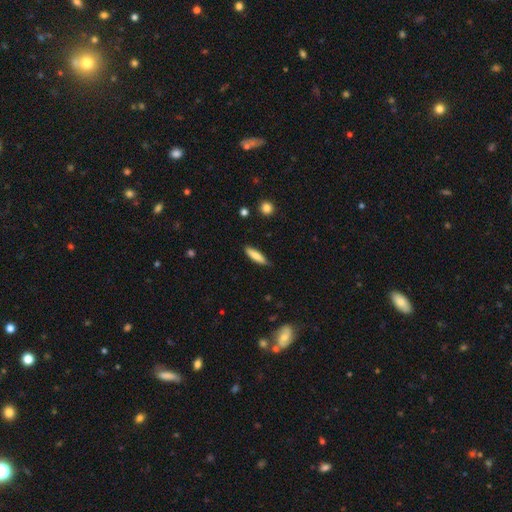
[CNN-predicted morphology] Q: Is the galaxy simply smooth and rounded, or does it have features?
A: smooth — 78%.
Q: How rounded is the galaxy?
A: cigar-shaped — 70%.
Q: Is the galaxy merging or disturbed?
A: none — 80%.